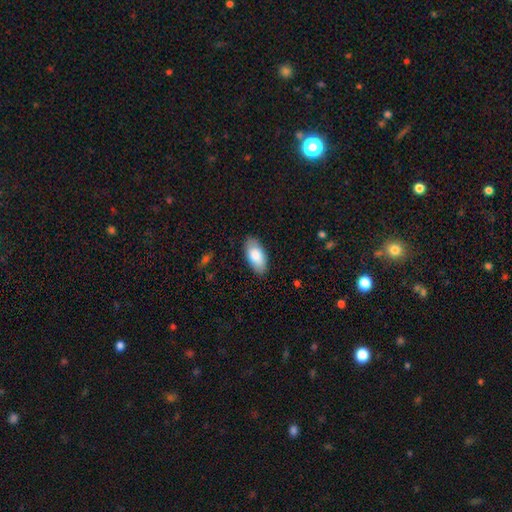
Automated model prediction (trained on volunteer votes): Smooth or featured? Predicted: smooth (p=0.83). How rounded? Predicted: in between (p=0.93). Merging? Predicted: none (p=0.85).